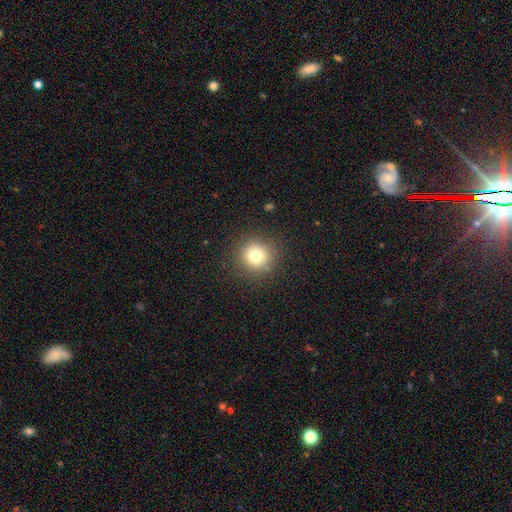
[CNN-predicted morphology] smooth 77%, star or artifact 14%, featured or disk 9%. Down the decision tree: how rounded — round (93%); merging — none (88%).